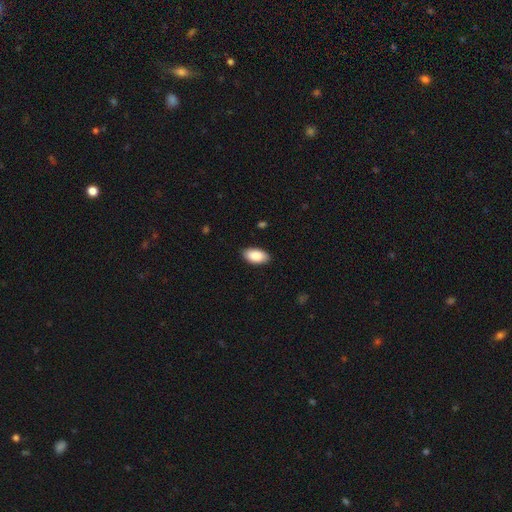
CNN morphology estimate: smooth 90%, star or artifact 6%, featured or disk 5%. Down the decision tree: how rounded — in between (95%); merging — none (88%).